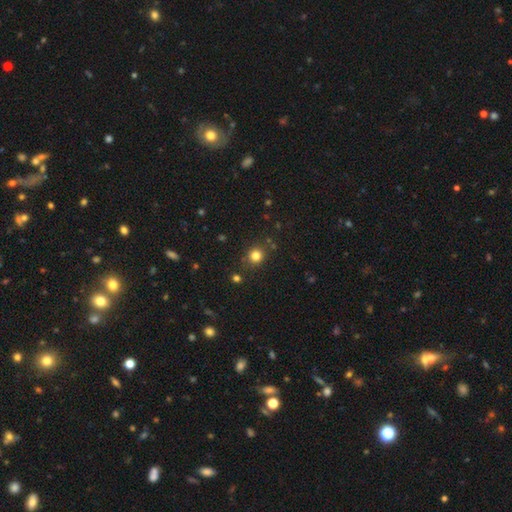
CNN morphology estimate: A smooth galaxy with no disk features (80%) that is round (85%).

Vote fractions:
- Smooth or featured? smooth: 80% / star or artifact: 14% / featured or disk: 6%
- How rounded? round: 85% / in between: 14% / cigar-shaped: 1%
- Merging? none: 82% / minor disturbance: 10% / merger: 4% / major disturbance: 3%